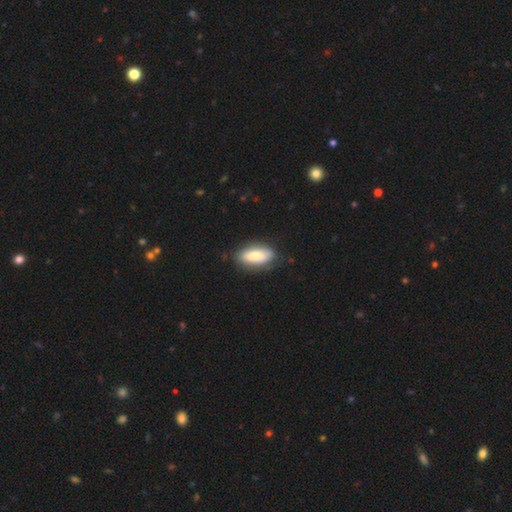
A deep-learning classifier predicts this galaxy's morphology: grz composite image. It shows a smooth galaxy with no disk features (79%) that is in between round and cigar-shaped (87%). Merging: none (82%).